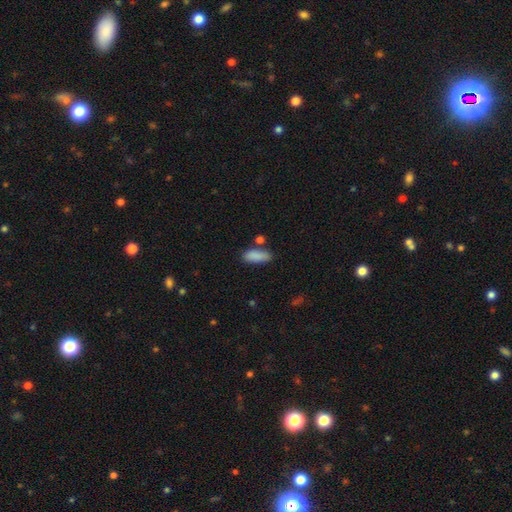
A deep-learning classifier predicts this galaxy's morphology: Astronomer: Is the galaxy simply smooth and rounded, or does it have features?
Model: smooth — 88%.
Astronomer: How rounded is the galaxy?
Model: in between — 74%.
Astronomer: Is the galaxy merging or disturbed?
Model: none — 73%.